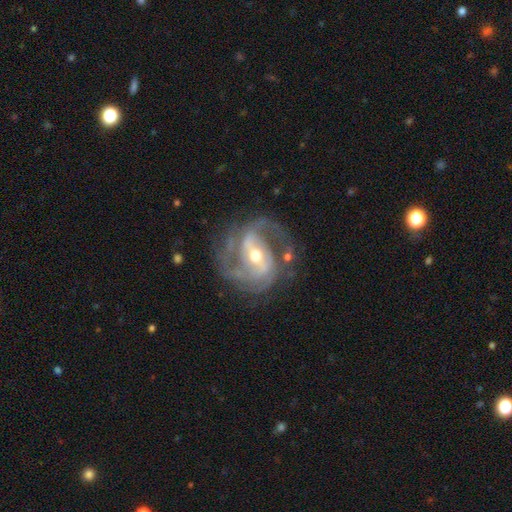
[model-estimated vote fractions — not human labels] Smooth or featured? Predicted: featured or disk (p=0.89). Edge-on disk? Predicted: no (p=0.97). Bar? Predicted: weak (p=0.40, tied with strong). Spiral arms? Predicted: yes (p=0.96). Spiral winding? Predicted: medium (p=0.52). Spiral arm count? Predicted: 2 (p=0.66). Bulge size? Predicted: moderate (p=0.61). Merging? Predicted: none (p=0.66).